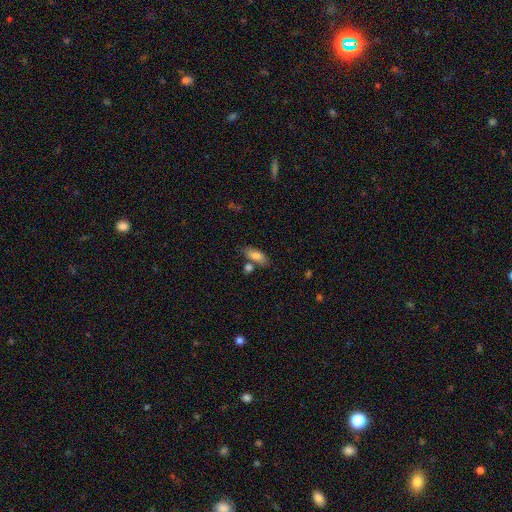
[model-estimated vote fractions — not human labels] A smooth galaxy with no disk features (80%) that is in between round and cigar-shaped (80%). Merging: none (65%).